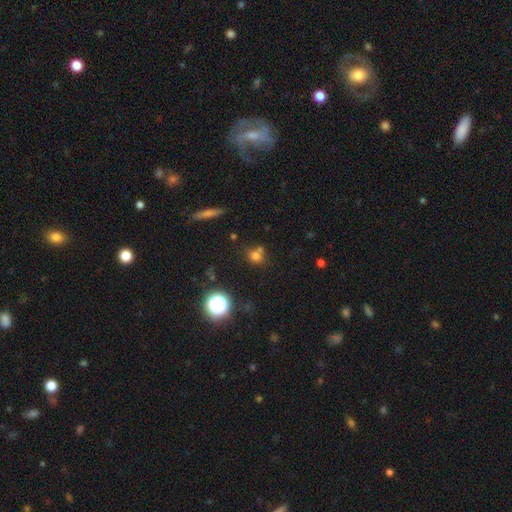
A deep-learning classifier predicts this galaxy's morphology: This is likely a smooth galaxy (68%). How rounded: likely round (80%). Merging: possibly none (56%).